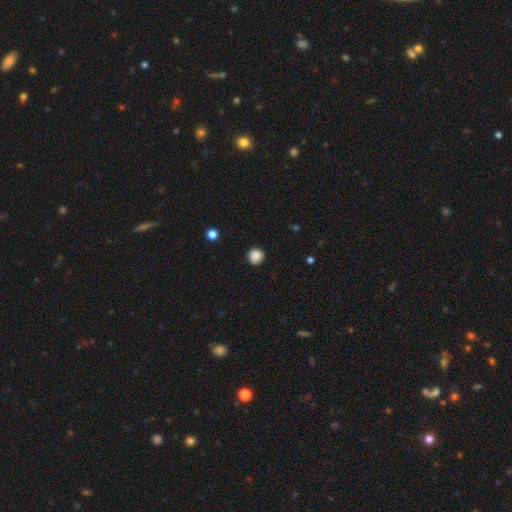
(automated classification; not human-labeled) Smooth or featured? smooth (88%)
How rounded? round (93%)
Merging? none (90%)